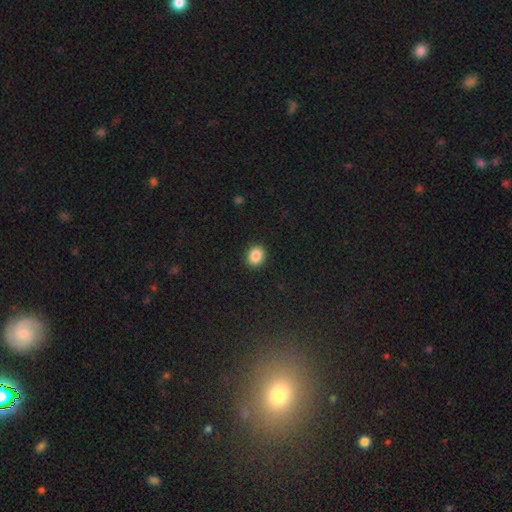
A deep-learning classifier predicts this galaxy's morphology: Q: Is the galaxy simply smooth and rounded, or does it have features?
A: smooth — 87%.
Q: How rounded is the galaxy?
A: round — 56%.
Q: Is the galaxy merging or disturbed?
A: none — 91%.